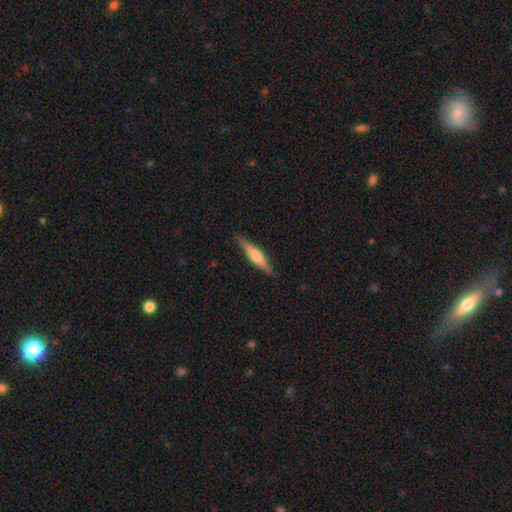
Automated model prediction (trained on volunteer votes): Smooth or featured?
  - featured or disk: 54% *
  - smooth: 40%
  - star or artifact: 6%
Edge-on disk?
  - yes: 96% *
  - no: 4%
Edge-on bulge?
  - rounded: 73% *
  - boxy: 20%
  - none: 8%
Merging?
  - none: 88% *
  - minor disturbance: 9%
  - major disturbance: 2%
  - merger: 1%